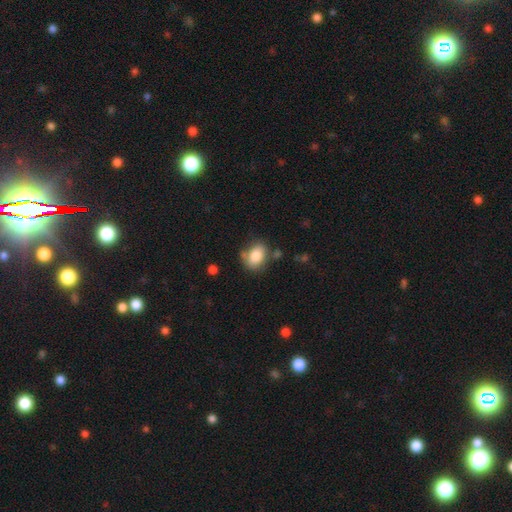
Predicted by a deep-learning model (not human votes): Smooth or featured? Predicted: smooth (p=0.81). How rounded? Predicted: in between (p=0.72). Merging? Predicted: none (p=0.65).